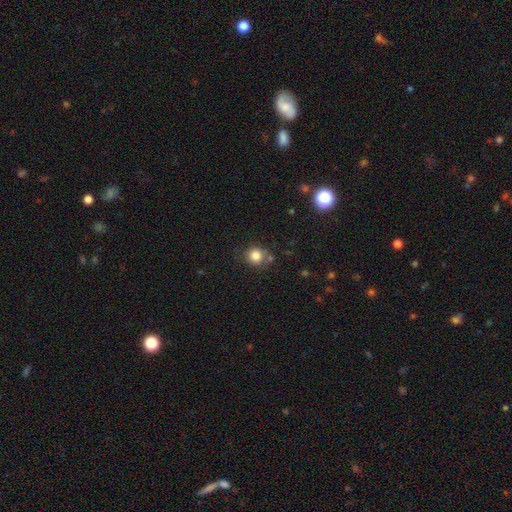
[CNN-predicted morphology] This is clearly a smooth galaxy (83%). How rounded: clearly round (89%). Merging: likely none (73%).